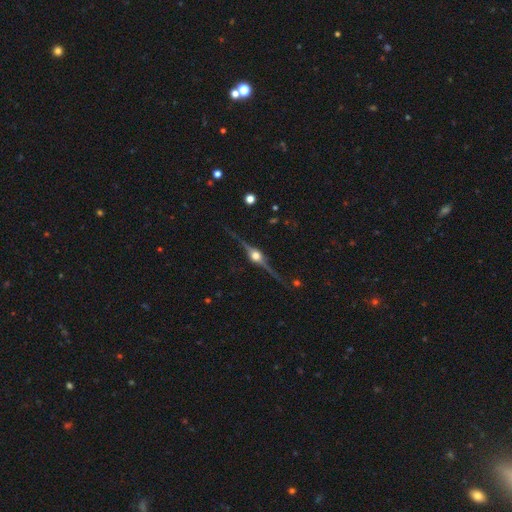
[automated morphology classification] Smooth or featured?
  - featured or disk: 91% *
  - star or artifact: 5%
  - smooth: 4%
Edge-on disk?
  - yes: 98% *
  - no: 2%
Edge-on bulge?
  - rounded: 96% *
  - boxy: 3%
  - none: 1%
Merging?
  - none: 88% *
  - minor disturbance: 9%
  - major disturbance: 2%
  - merger: 1%